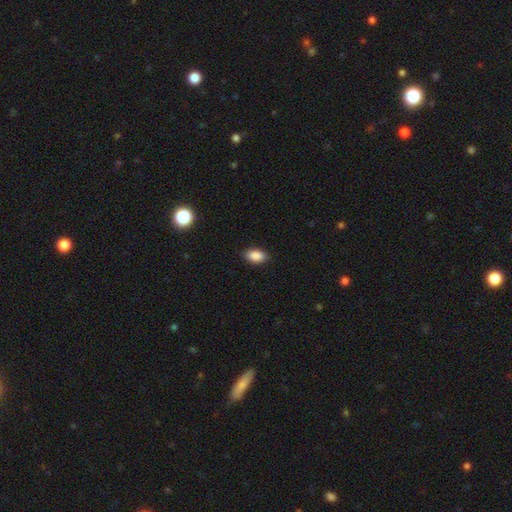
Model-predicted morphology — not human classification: A smooth galaxy with no disk features (89%) that is in between round and cigar-shaped (89%). Merging: none (87%).